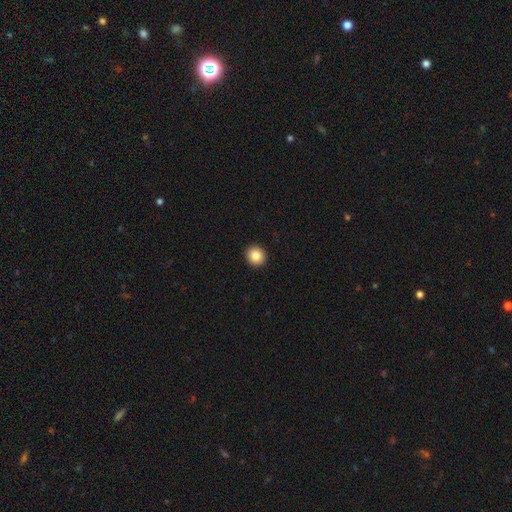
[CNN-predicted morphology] Smooth or featured?
  - smooth: 85% *
  - star or artifact: 9%
  - featured or disk: 6%
How rounded?
  - round: 89% *
  - in between: 10%
  - cigar-shaped: 1%
Merging?
  - none: 93% *
  - minor disturbance: 4%
  - major disturbance: 1%
  - merger: 1%